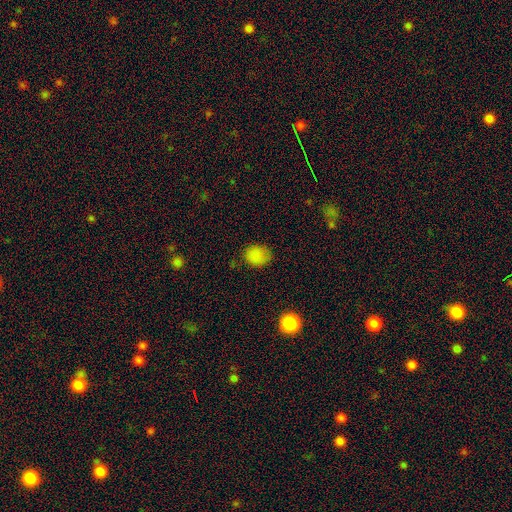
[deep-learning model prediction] Smooth or featured?
  - smooth: 84% *
  - star or artifact: 12%
  - featured or disk: 4%
How rounded?
  - round: 60% *
  - in between: 39%
  - cigar-shaped: 1%
Merging?
  - none: 78% *
  - minor disturbance: 17%
  - major disturbance: 4%
  - merger: 1%